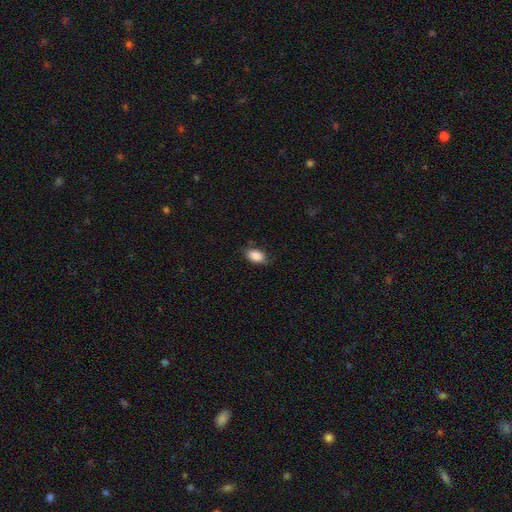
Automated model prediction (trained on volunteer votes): smooth_or_featured: smooth (p=0.88) [alt: star or artifact p=0.07]
how_rounded: in between (p=0.90) [alt: round p=0.08]
merging: none (p=0.74) [alt: minor disturbance p=0.20]